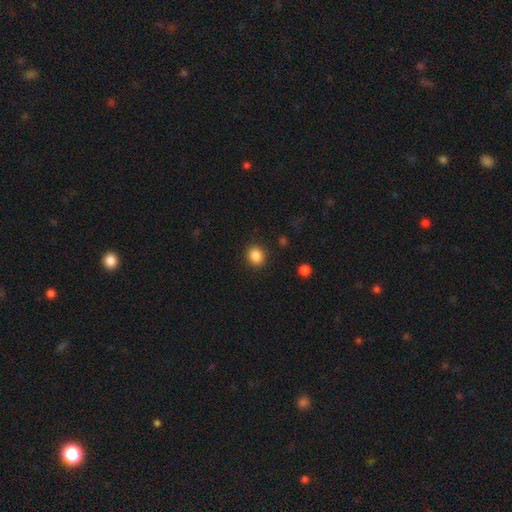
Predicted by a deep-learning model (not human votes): This appears to be a smooth galaxy with no disk features (86%) that is round (71%). Merging: none (89%).